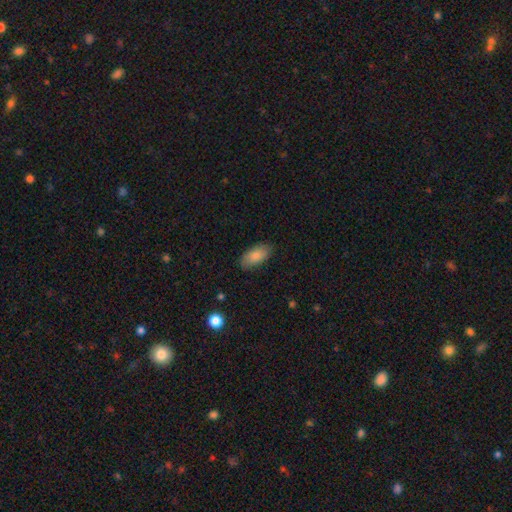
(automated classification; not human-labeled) smooth-or-featured: smooth: 84% | featured or disk: 9% | star or artifact: 6%
  how-rounded: in between: 92% | cigar-shaped: 6% | round: 2%
  merging: none: 84% | minor disturbance: 12% | major disturbance: 3% | merger: 1%